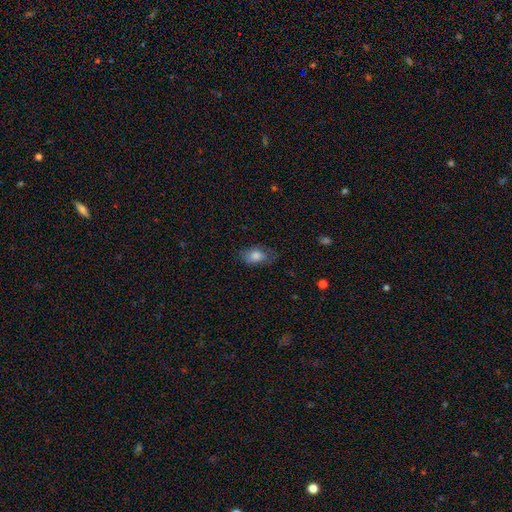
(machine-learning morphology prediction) The model was most divided on "merging": none: 66%, minor disturbance: 24%, major disturbance: 9%, merger: 1%. More confident: how rounded — in between (86%); smooth or featured — smooth (80%).